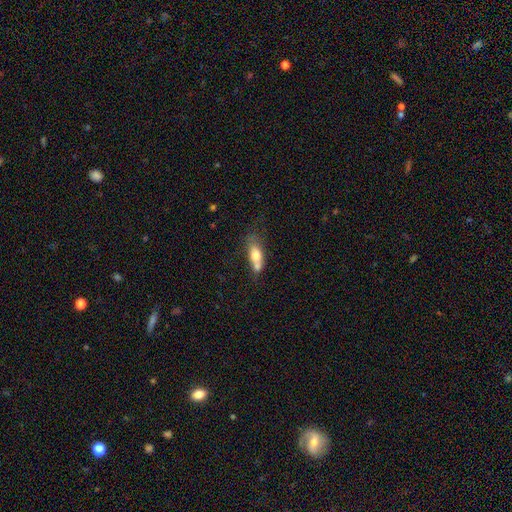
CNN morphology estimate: smooth-or-featured: smooth: 66% | featured or disk: 25% | star or artifact: 8%
  how-rounded: in between: 73% | cigar-shaped: 17% | round: 10%
  merging: merger: 49% | none: 27% | minor disturbance: 15% | major disturbance: 9%